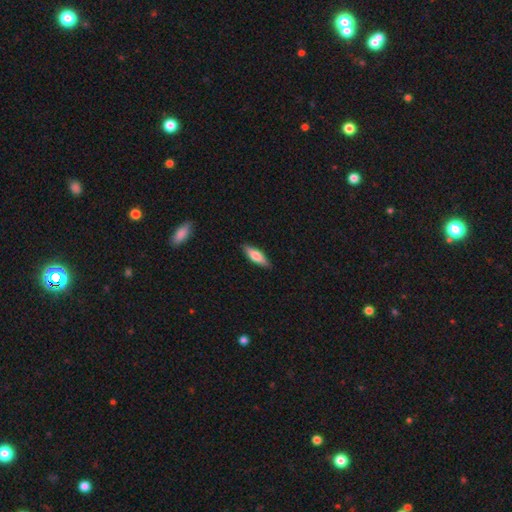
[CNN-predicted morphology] This appears to be a smooth galaxy with no disk features (71%) that is in between round and cigar-shaped (53%). Merging: none (88%).